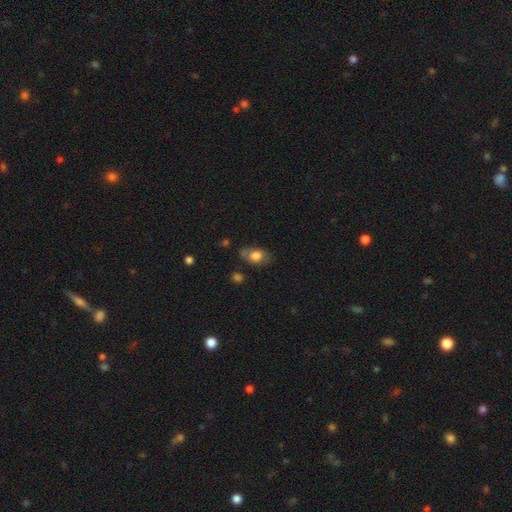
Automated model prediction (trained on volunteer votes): Morphology: type=smooth (71%); roundness=in between (83%); merging=none (68%).